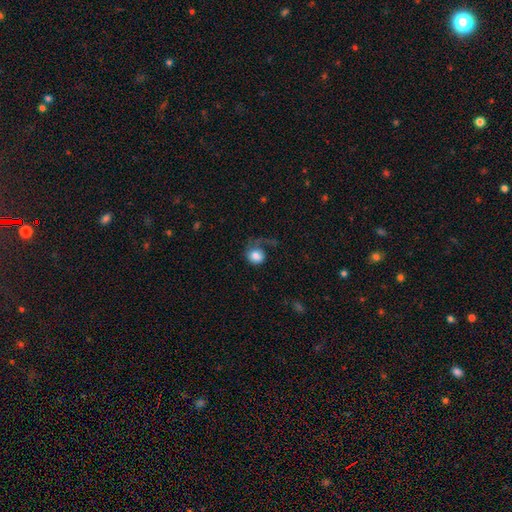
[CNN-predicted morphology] Smooth or featured? smooth (75%)
How rounded? round (67%)
Merging? major disturbance (40%)